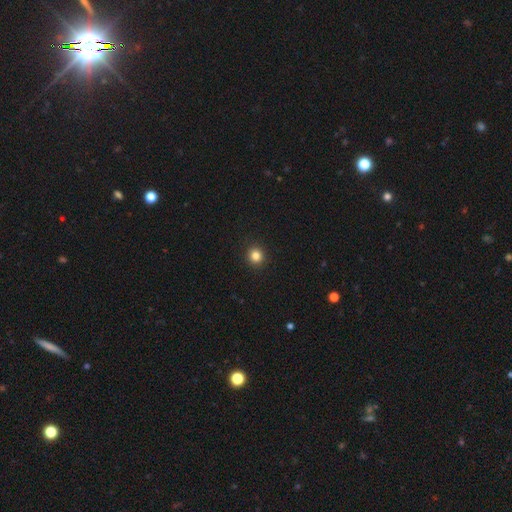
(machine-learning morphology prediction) This is clearly a smooth galaxy (84%). How rounded: clearly round (92%). Merging: clearly none (93%).